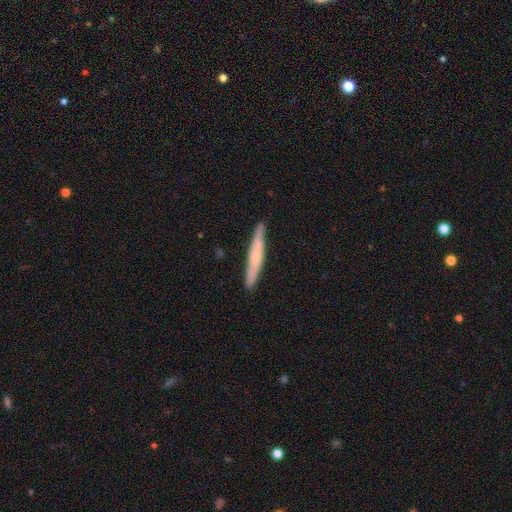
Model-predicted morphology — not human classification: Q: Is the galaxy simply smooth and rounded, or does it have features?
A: smooth — 54%.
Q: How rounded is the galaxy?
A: cigar-shaped — 95%.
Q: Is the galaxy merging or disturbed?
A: none — 87%.